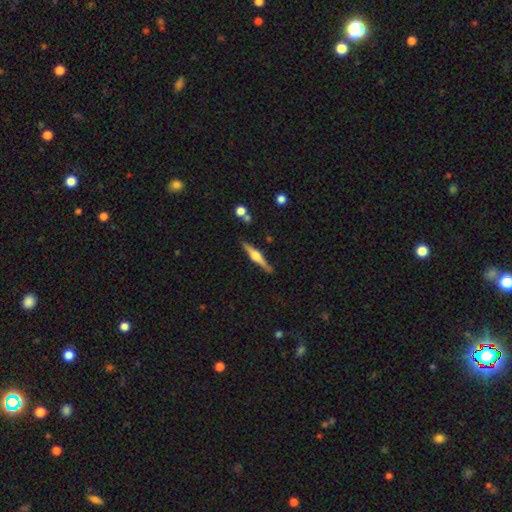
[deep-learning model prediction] This appears to be a featured or disk galaxy (77%) viewed edge-on (98%) with a rounded central bulge (93%). Merging: none (88%).